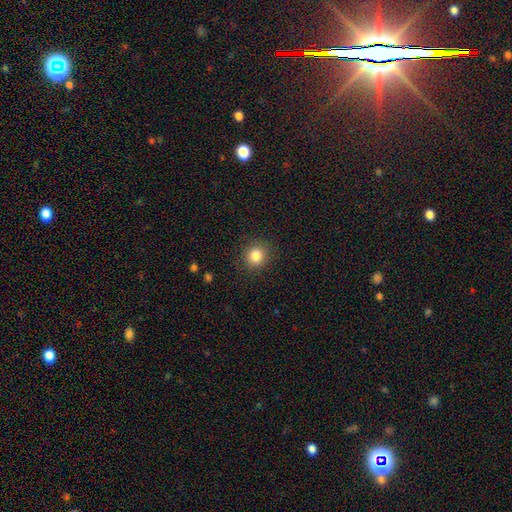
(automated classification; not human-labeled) A smooth galaxy with no disk features (83%) that is round (86%).

Vote fractions:
- Smooth or featured? smooth: 83% / star or artifact: 11% / featured or disk: 6%
- How rounded? round: 86% / in between: 13% / cigar-shaped: 1%
- Merging? none: 89% / minor disturbance: 7% / major disturbance: 3% / merger: 1%